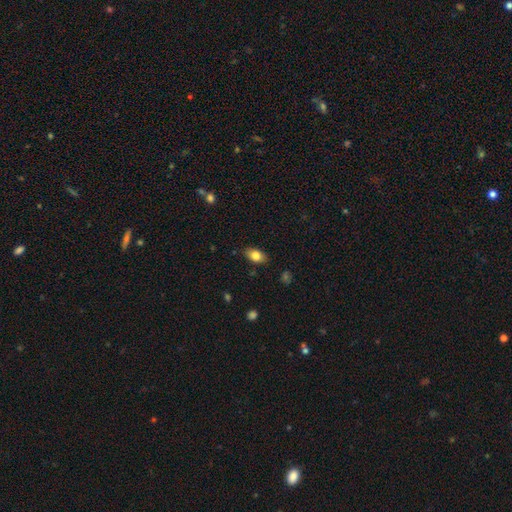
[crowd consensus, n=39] smooth 77%, featured or disk 18%, star or artifact 5%. Down the decision tree: how rounded — in between (93%); merging — none (81%).